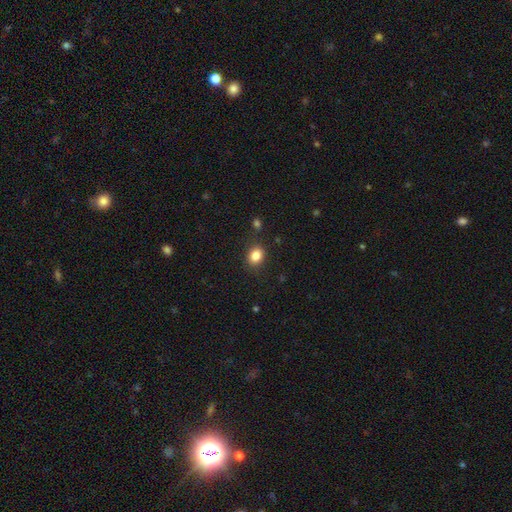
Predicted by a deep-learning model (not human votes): smooth 84%, star or artifact 11%, featured or disk 6%. Down the decision tree: how rounded — in between (56%); merging — none (85%).